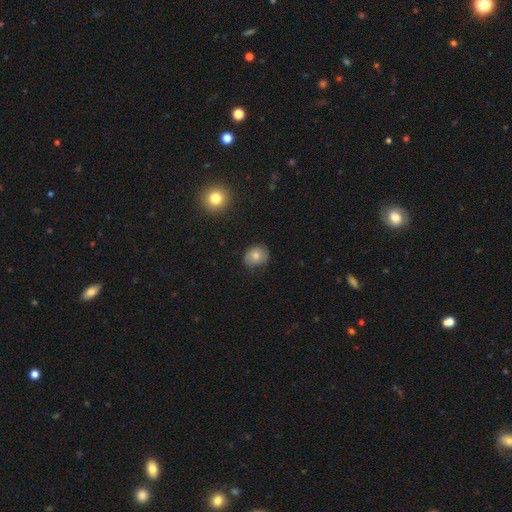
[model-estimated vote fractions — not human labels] A smooth galaxy with no disk features (77%) that is round (67%).

Vote fractions:
- Smooth or featured? smooth: 77% / featured or disk: 13% / star or artifact: 11%
- How rounded? round: 67% / in between: 32% / cigar-shaped: 1%
- Merging? none: 78% / minor disturbance: 17% / major disturbance: 3% / merger: 1%